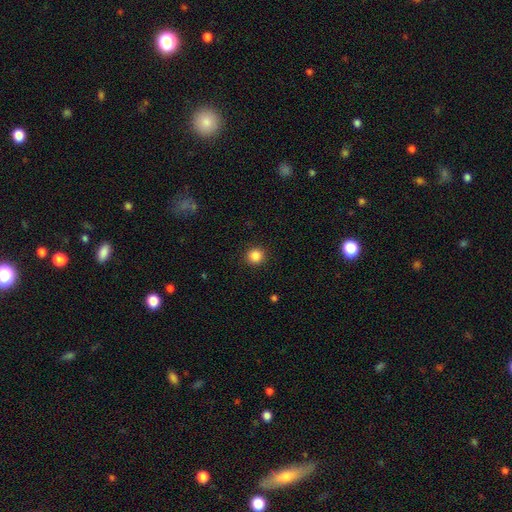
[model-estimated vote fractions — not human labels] Morphology: type=smooth (86%); roundness=round (94%); merging=none (92%).